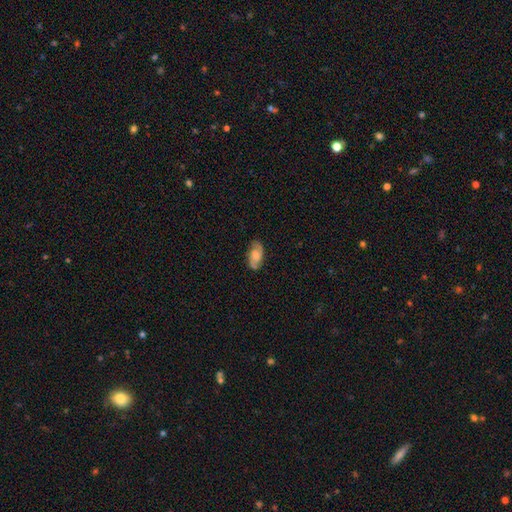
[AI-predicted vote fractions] Smooth or featured?
  - featured or disk: 53% *
  - smooth: 39%
  - star or artifact: 8%
Edge-on disk?
  - no: 94% *
  - yes: 6%
Merging?
  - none: 80% *
  - minor disturbance: 15%
  - major disturbance: 4%
  - merger: 1%